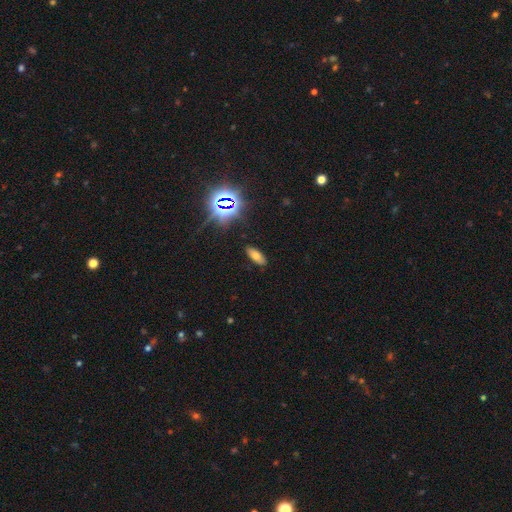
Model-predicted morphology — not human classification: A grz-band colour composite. It shows a smooth galaxy with no disk features (62%) that is in between round and cigar-shaped (80%). Merging: none (88%).